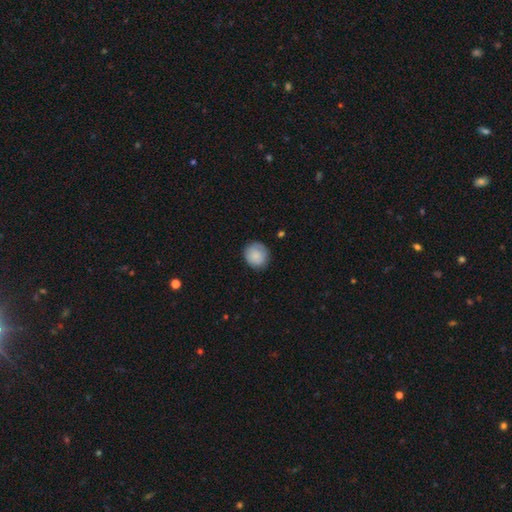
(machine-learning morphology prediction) A smooth galaxy with no disk features (85%) that is round (86%). Merging: none (82%).